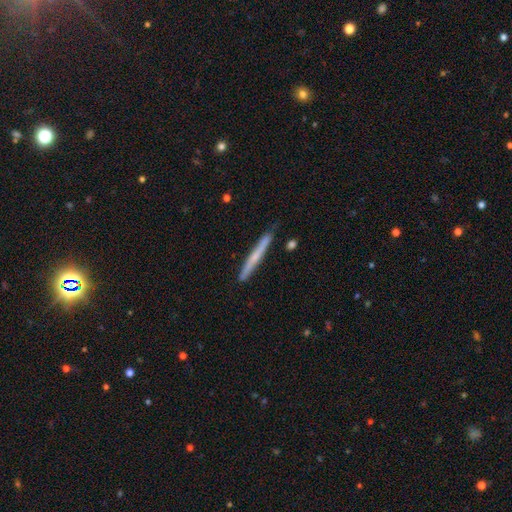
Overall: featured or disk (53%; smooth 42%). Edge-on disk: yes (95%). Edge-on bulge: rounded (63%; none 37%). Merging: none (78%).